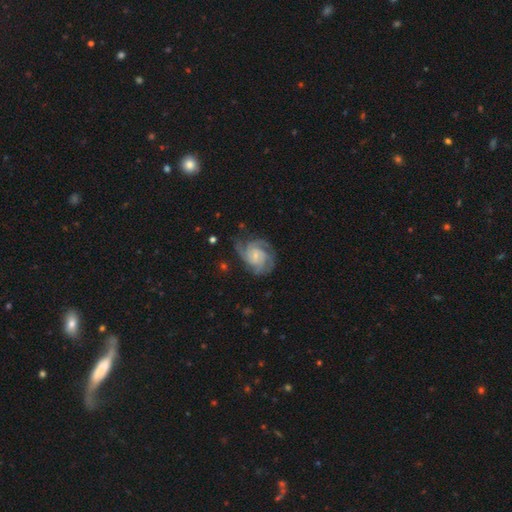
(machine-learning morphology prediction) A featured or disk galaxy (88%) with no bar (52%), 3 (43%) tight (53%) spiral arms (98%) and a small central bulge (64%). Merging: none (67%).